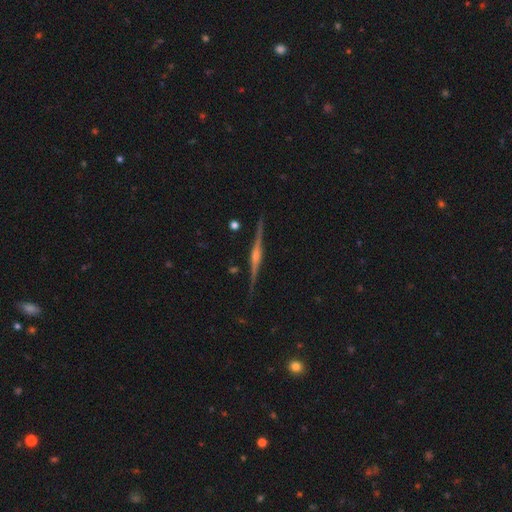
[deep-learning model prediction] A featured or disk galaxy (86%) viewed edge-on (98%) with a rounded central bulge (83%).

Vote fractions:
- Smooth or featured? featured or disk: 86% / smooth: 8% / star or artifact: 6%
- Edge-on disk? yes: 98% / no: 2%
- Edge-on bulge? rounded: 83% / boxy: 9% / none: 8%
- Merging? none: 90% / minor disturbance: 7% / major disturbance: 2% / merger: 2%